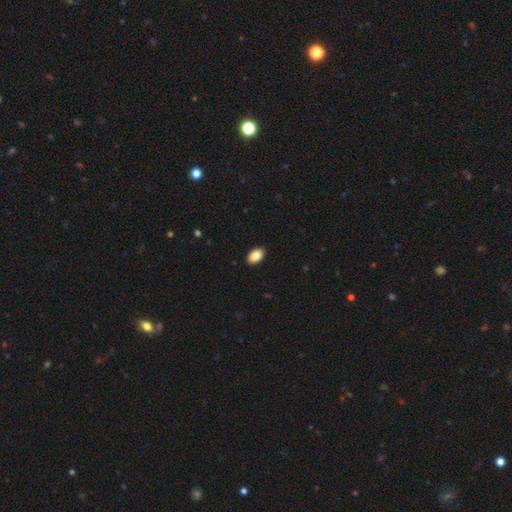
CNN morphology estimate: Smooth or featured? smooth (86%)
How rounded? in between (92%)
Merging? none (91%)